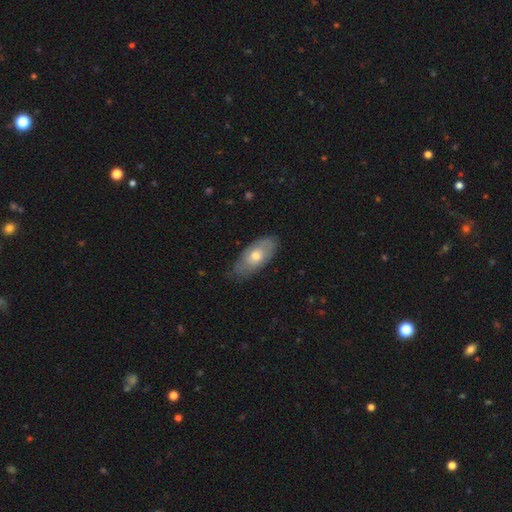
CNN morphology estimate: A smooth galaxy with no disk features (56%) that is in between round and cigar-shaped (88%).

Vote fractions:
- Smooth or featured? smooth: 56% / featured or disk: 38% / star or artifact: 6%
- How rounded? in between: 88% / cigar-shaped: 9% / round: 3%
- Merging? none: 72% / minor disturbance: 22% / major disturbance: 4% / merger: 1%